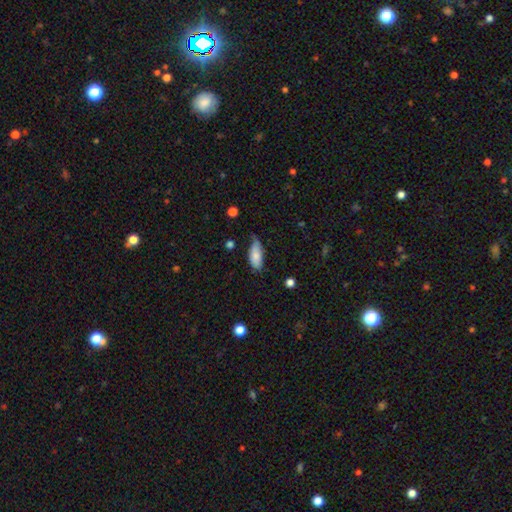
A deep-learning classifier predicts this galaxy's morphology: Smooth or featured?
  - smooth: 79% *
  - featured or disk: 15%
  - star or artifact: 6%
How rounded?
  - in between: 88% *
  - cigar-shaped: 10%
  - round: 2%
Merging?
  - none: 50% *
  - minor disturbance: 40%
  - major disturbance: 8%
  - merger: 2%